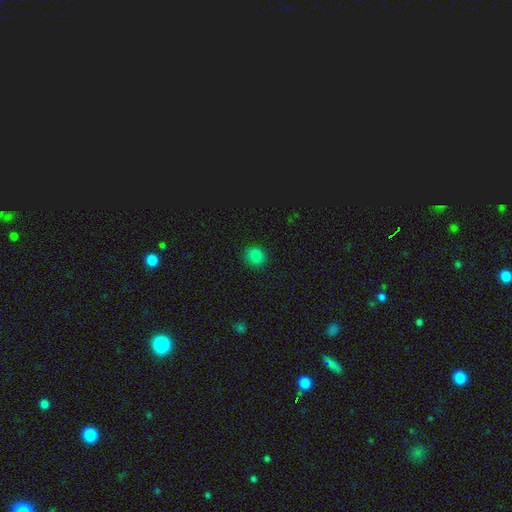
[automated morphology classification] Smooth or featured? Predicted: smooth (p=0.82). How rounded? Predicted: round (p=0.84). Merging? Predicted: none (p=0.89).